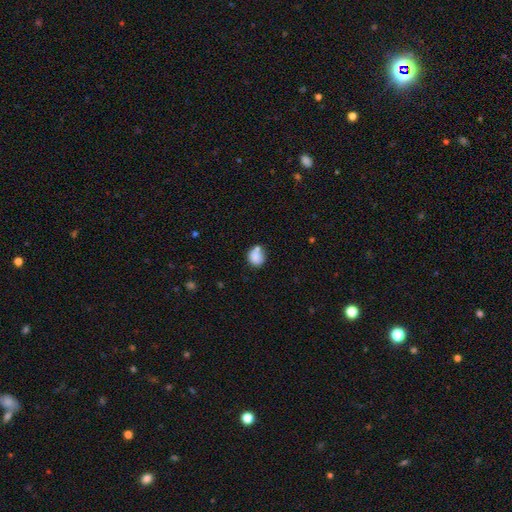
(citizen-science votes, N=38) Smooth or featured?
  - smooth: 95% *
  - featured or disk: 5%
  - star or artifact: 0%
How rounded?
  - round: 69% *
  - in between: 28%
  - cigar-shaped: 3%
Merging?
  - none: 39% *
  - minor disturbance: 29%
  - merger: 24%
  - major disturbance: 8%